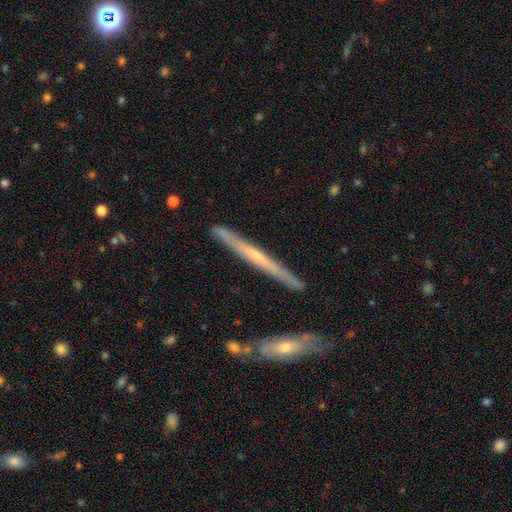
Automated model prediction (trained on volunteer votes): A featured or disk galaxy (65%) viewed edge-on (95%) with no central bulge (57%).

Vote fractions:
- Smooth or featured? featured or disk: 65% / smooth: 30% / star or artifact: 5%
- Edge-on disk? yes: 95% / no: 5%
- Edge-on bulge? none: 57% / rounded: 38% / boxy: 5%
- Merging? none: 86% / minor disturbance: 10% / merger: 3% / major disturbance: 2%